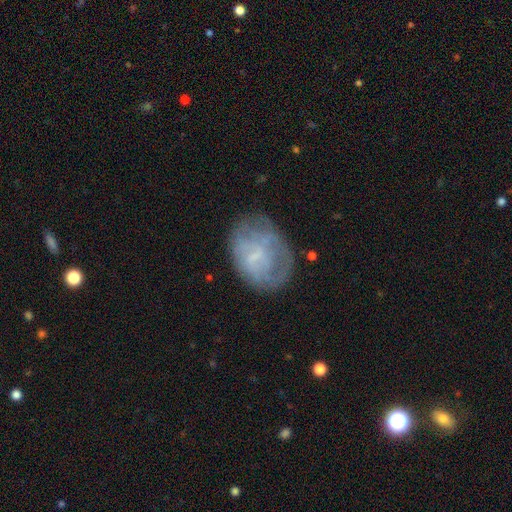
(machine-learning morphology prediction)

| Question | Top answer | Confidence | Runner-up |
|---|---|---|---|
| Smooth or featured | featured or disk | 47% | smooth (43%) |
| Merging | none | 58% | minor disturbance (25%) |